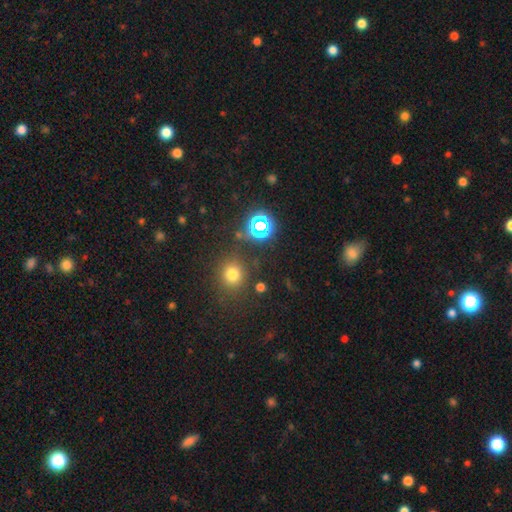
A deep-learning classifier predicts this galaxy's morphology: This is possibly a smooth galaxy (58%). How rounded: clearly round (89%). Merging: clearly none (83%).